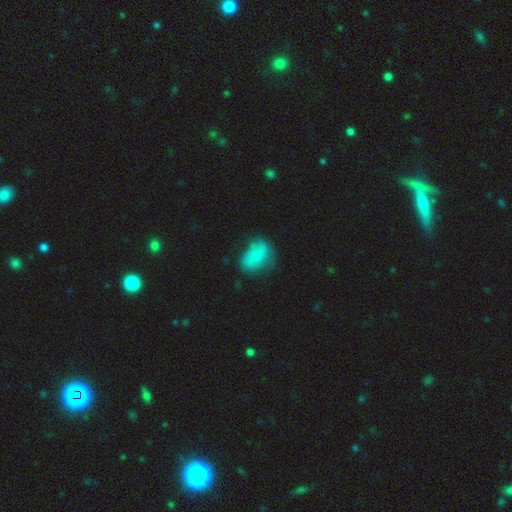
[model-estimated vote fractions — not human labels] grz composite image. It shows a smooth galaxy with no disk features (57%) that is in between round and cigar-shaped (66%). Merging: none (48%).